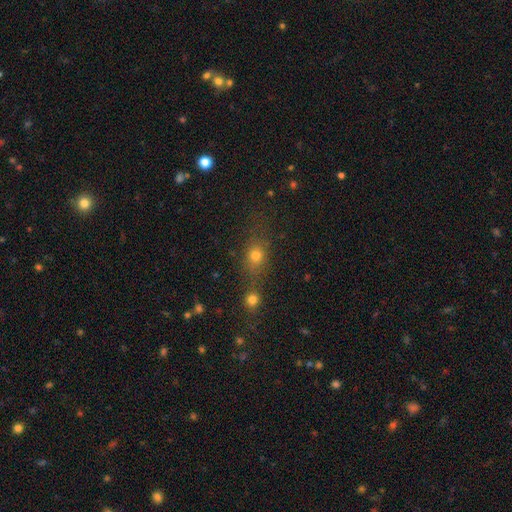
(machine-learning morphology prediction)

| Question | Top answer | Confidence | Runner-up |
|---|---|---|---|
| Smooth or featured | smooth | 69% | star or artifact (20%) |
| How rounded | round | 54% | in between (41%) |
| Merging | none | 51% | merger (30%) |